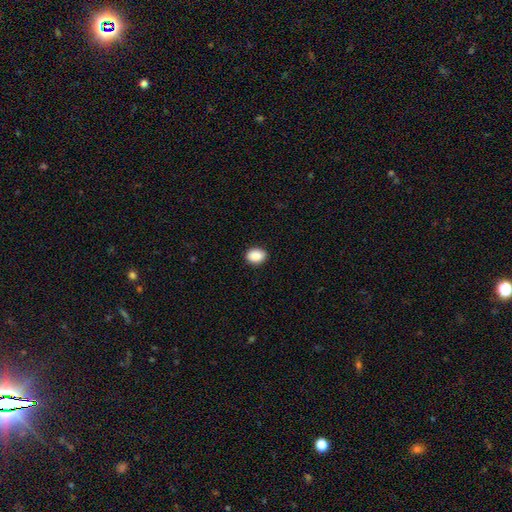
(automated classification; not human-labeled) This is clearly a smooth galaxy (90%). How rounded: likely in between (68%). Merging: clearly none (89%).